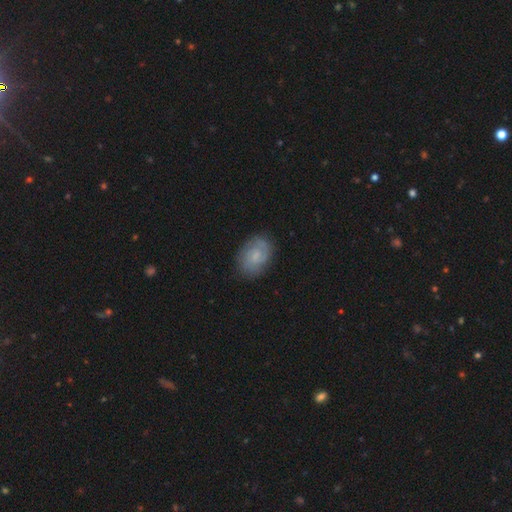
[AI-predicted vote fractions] smooth-or-featured: featured or disk: 58% | smooth: 35% | star or artifact: 7%
  disk-edge-on: no: 97% | yes: 3%
    bar: no: 57% | weak: 39% | strong: 5%
    has-spiral-arms: yes: 89% | no: 11%
      spiral-winding: tight: 49% | medium: 38% | loose: 12%
      spiral-arm-count: 2: 67% | can't tell: 20% | 3: 6% | 1: 4% | 4: 2% | more than 4: 2%
    bulge-size: small: 47% | moderate: 25% | none: 24% | large: 3% | dominant: 1%
  merging: none: 82% | minor disturbance: 13% | major disturbance: 4% | merger: 1%